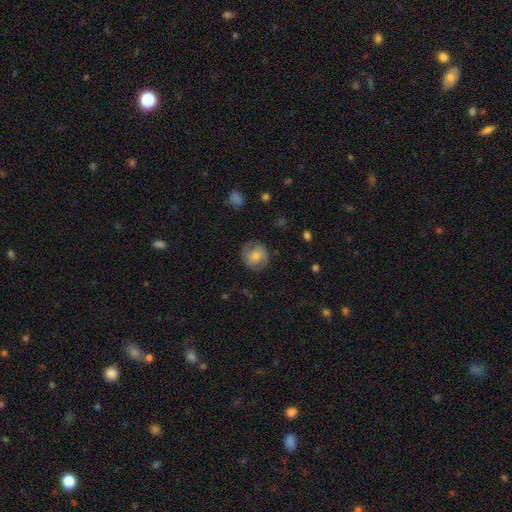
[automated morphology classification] Q: Smooth or featured?
A: smooth (55%); runner-up: featured or disk (38%)
Q: How rounded?
A: round (83%); runner-up: in between (16%)
Q: Merging?
A: none (76%); runner-up: minor disturbance (16%)